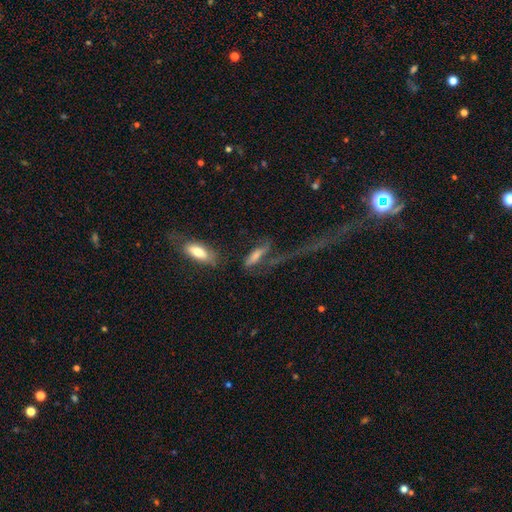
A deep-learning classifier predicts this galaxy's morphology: smooth_or_featured: smooth (p=0.50) [alt: featured or disk p=0.37]
merging: major disturbance (p=0.35) [alt: none p=0.34]